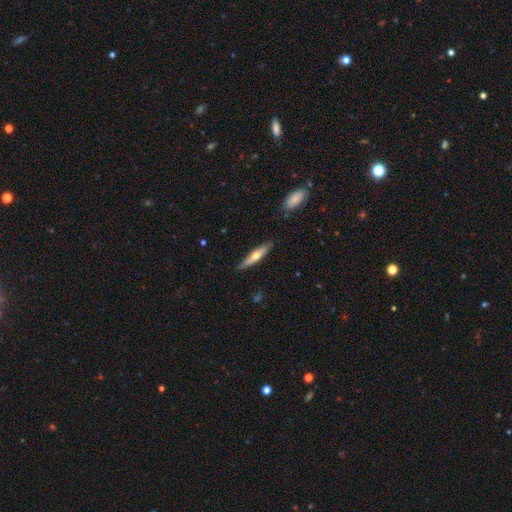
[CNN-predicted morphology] type=smooth (48%); merging=none (85%).